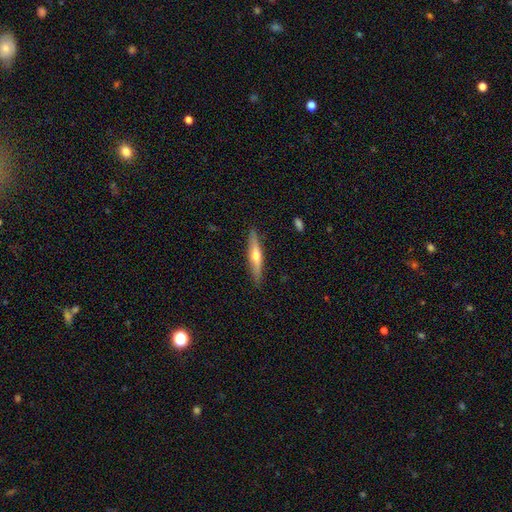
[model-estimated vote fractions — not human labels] A featured or disk galaxy (57%) viewed edge-on (94%) with a rounded central bulge (89%). Merging: none (89%).